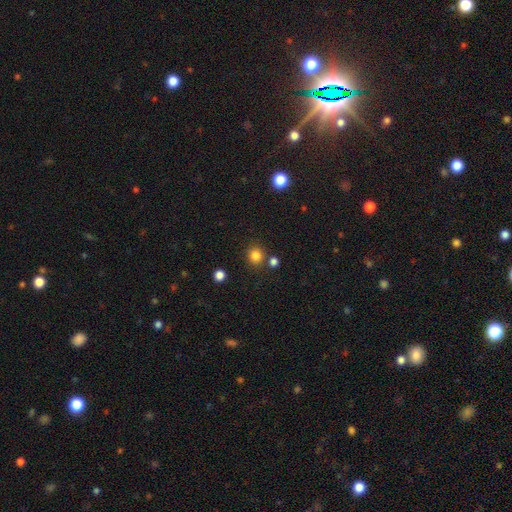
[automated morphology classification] Smooth or featured? smooth (83%)
How rounded? round (89%)
Merging? none (80%)